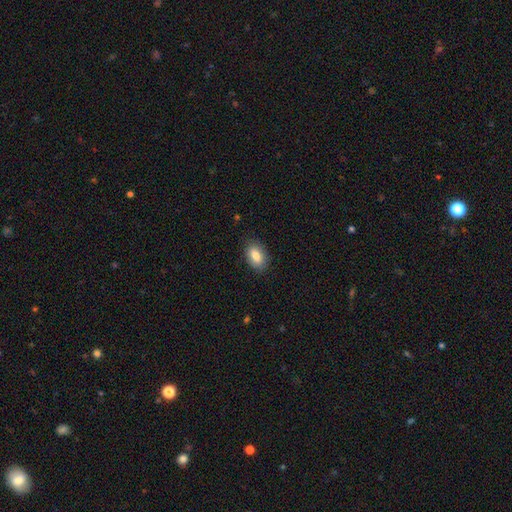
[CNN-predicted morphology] This is clearly a smooth galaxy (84%). How rounded: clearly in between (90%). Merging: clearly none (85%).